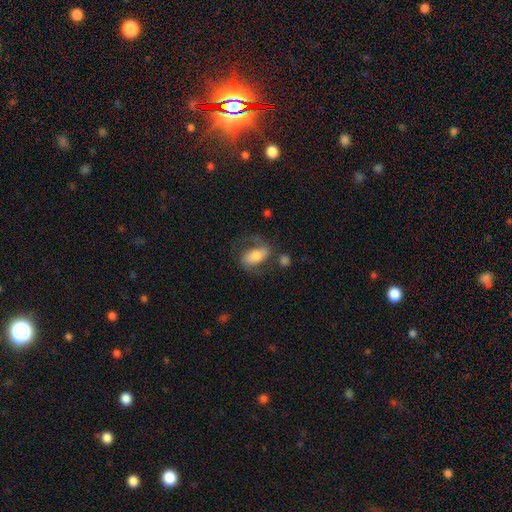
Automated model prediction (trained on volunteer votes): Smooth or featured? smooth (50%)
How rounded? in between (85%)
Merging? none (55%)